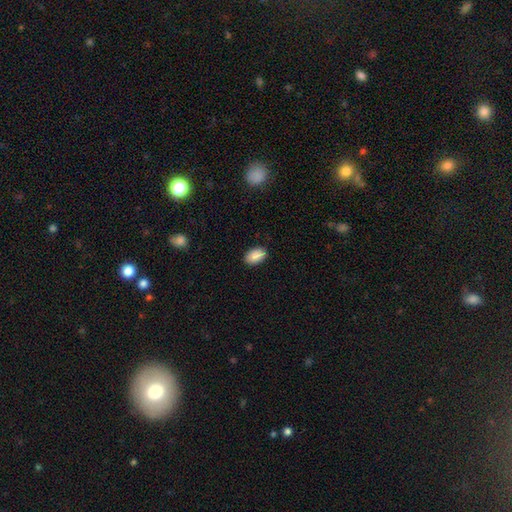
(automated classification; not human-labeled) Q: Smooth or featured?
A: smooth (89%); runner-up: star or artifact (7%)
Q: How rounded?
A: in between (92%); runner-up: round (6%)
Q: Merging?
A: none (87%); runner-up: minor disturbance (10%)